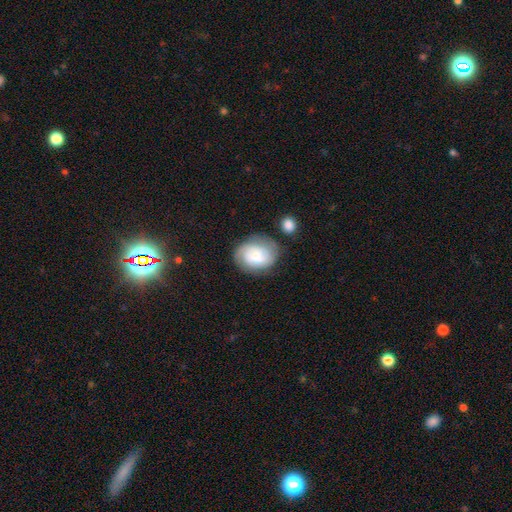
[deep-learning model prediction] A featured or disk galaxy (48%). Merging: none (66%).